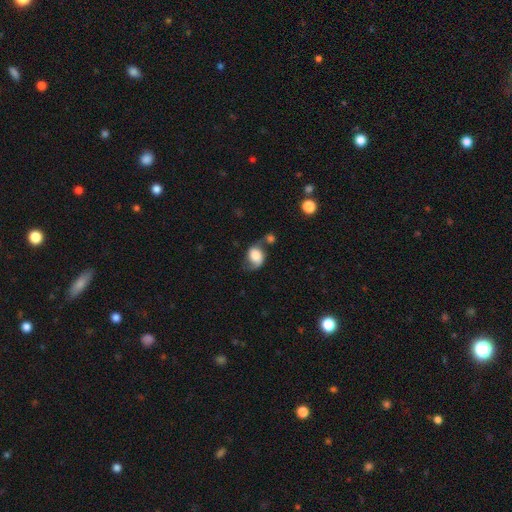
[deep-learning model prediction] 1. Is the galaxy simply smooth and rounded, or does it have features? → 54% smooth, 36% featured or disk, 10% star or artifact.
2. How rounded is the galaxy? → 56% in between, 43% round, 1% cigar-shaped.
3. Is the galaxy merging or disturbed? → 36% none, 27% minor disturbance, 20% major disturbance, 16% merger.